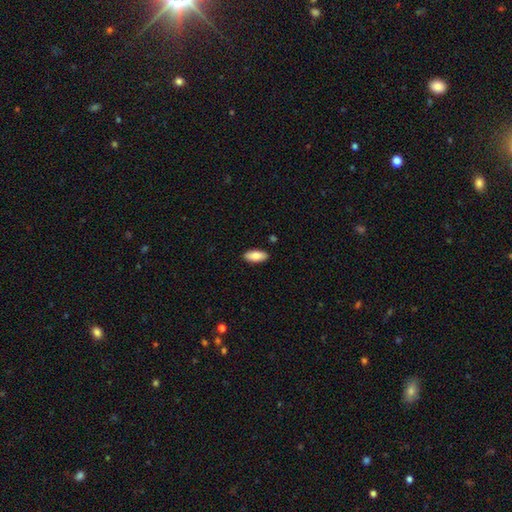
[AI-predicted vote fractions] Smooth or featured: smooth — 84% (featured or disk — 10%)
How rounded: in between — 86% (cigar-shaped — 12%)
Merging: none — 89% (minor disturbance — 8%)